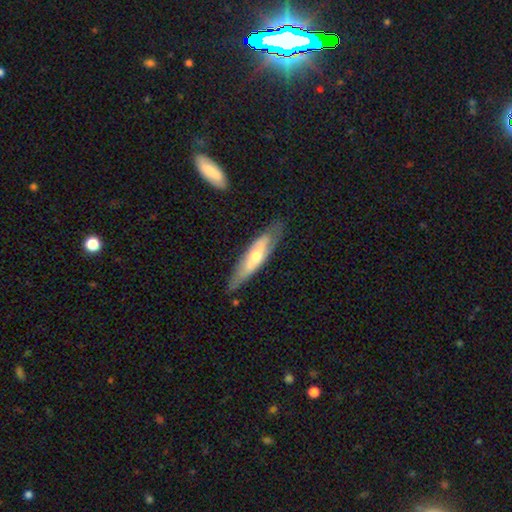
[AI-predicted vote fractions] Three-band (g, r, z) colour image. It shows a featured or disk galaxy (53%) viewed edge-on (64%). Merging: none (74%).